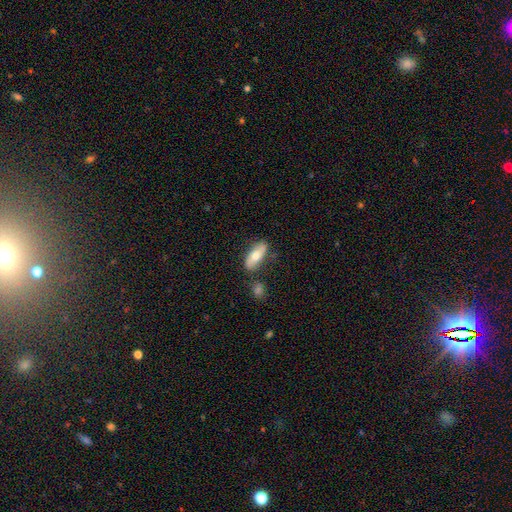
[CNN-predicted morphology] Smooth or featured: smooth — 66% (featured or disk — 28%)
How rounded: in between — 73% (cigar-shaped — 24%)
Merging: none — 75% (minor disturbance — 15%)